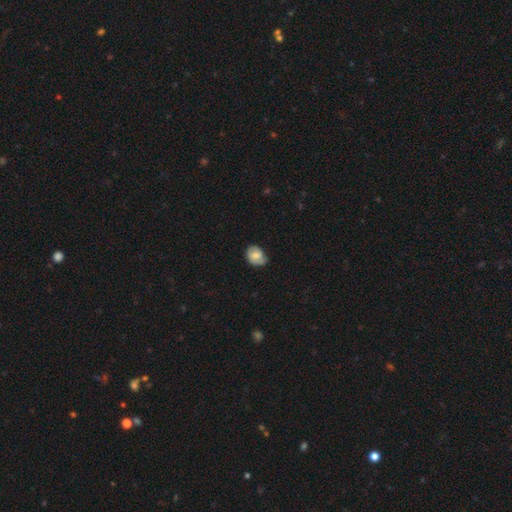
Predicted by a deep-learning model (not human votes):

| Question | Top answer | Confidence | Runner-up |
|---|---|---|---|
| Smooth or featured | smooth | 62% | featured or disk (31%) |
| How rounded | in between | 57% | round (42%) |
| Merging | none | 59% | minor disturbance (32%) |